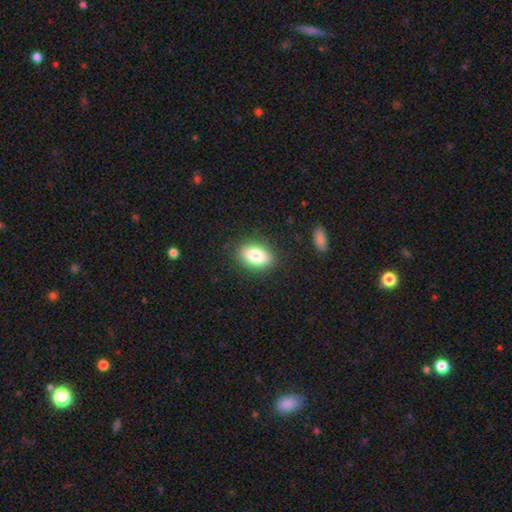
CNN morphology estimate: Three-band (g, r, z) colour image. It shows a smooth galaxy with no disk features (79%) that is in between round and cigar-shaped (85%). Merging: none (86%).